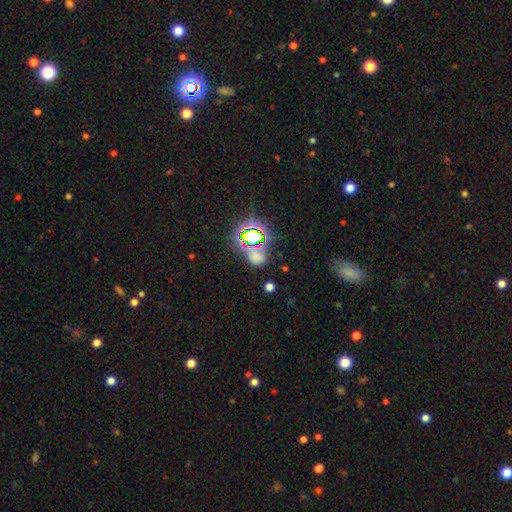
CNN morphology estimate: Smooth or featured: star or artifact — 49% (smooth — 41%)